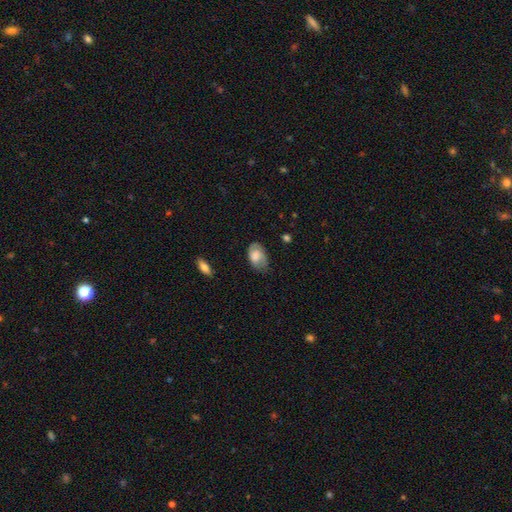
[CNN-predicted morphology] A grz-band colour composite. It shows a smooth galaxy with no disk features (65%) that is in between round and cigar-shaped (90%). Merging: none (60%).